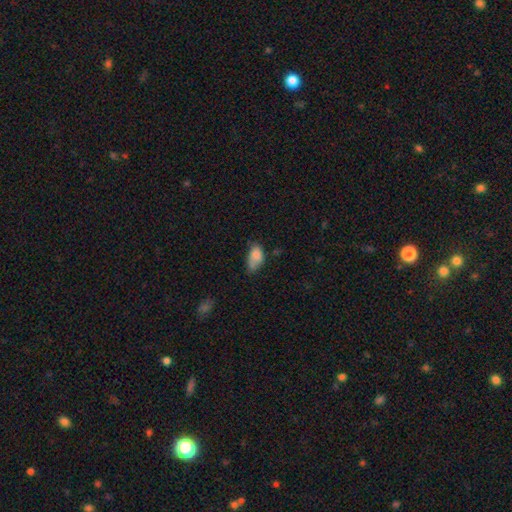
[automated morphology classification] This is clearly a smooth galaxy (81%). How rounded: clearly in between (91%). Merging: marginally minor disturbance (41%, tied with none).